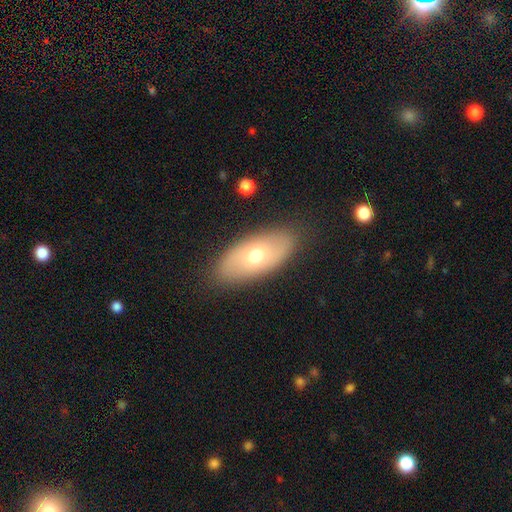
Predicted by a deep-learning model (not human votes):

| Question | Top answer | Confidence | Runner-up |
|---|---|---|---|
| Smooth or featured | smooth | 59% | featured or disk (34%) |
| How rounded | in between | 90% | cigar-shaped (6%) |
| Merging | none | 86% | minor disturbance (10%) |